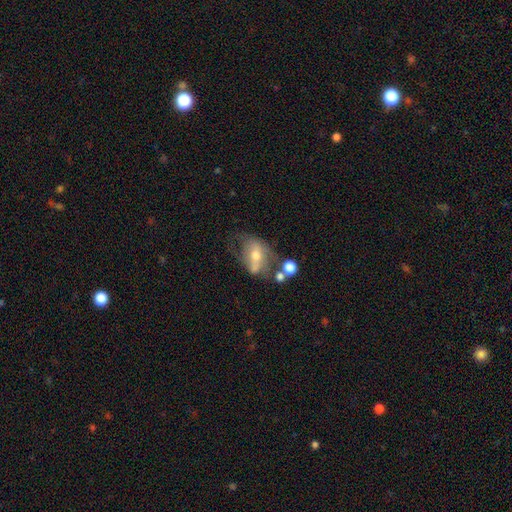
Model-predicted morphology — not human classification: A featured or disk galaxy (50%). Merging: none (34%).